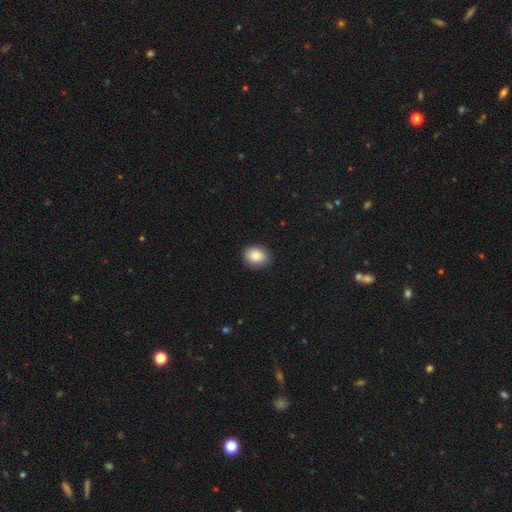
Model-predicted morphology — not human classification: A smooth galaxy with no disk features (88%) that is in between round and cigar-shaped (56%). Merging: none (87%).